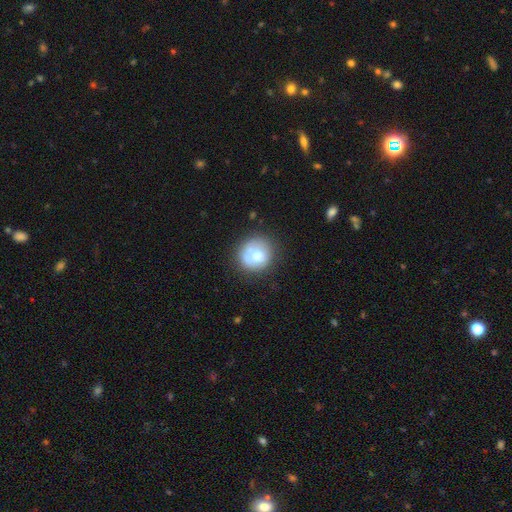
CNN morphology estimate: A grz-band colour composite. It shows a smooth galaxy with no disk features (62%) that is round (87%). Merging: none (57%).